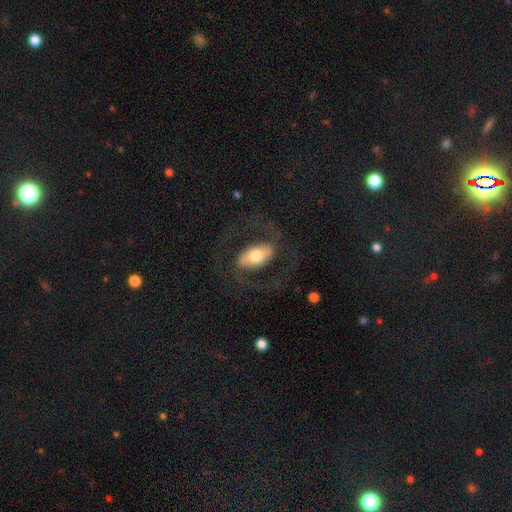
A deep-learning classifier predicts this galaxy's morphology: This appears to be a featured or disk galaxy (56%) with a strong bar (40%), spiral arms (69%) and a moderate central bulge (63%). Merging: none (73%).